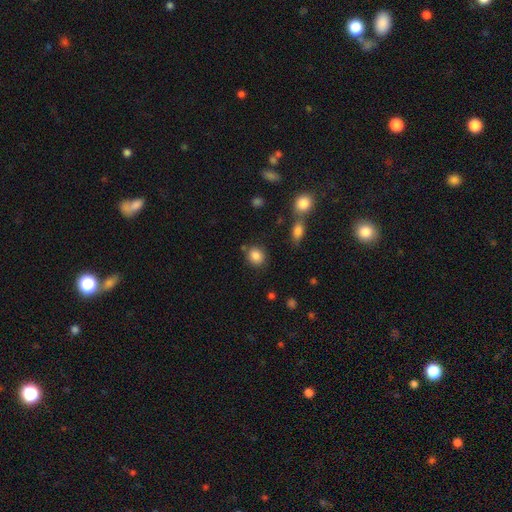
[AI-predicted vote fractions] Overall: smooth (85%). How rounded: round (73%). Merging: none (79%).